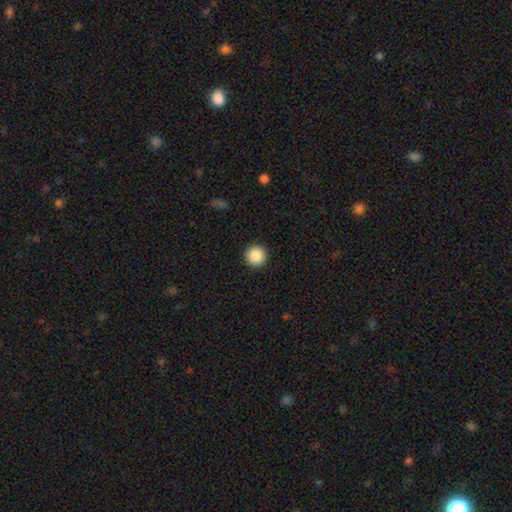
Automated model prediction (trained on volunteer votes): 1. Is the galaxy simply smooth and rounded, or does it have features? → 88% smooth, 9% star or artifact, 3% featured or disk.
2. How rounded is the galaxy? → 96% round, 3% in between, 1% cigar-shaped.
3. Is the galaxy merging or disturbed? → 93% none, 4% minor disturbance, 2% major disturbance, 1% merger.